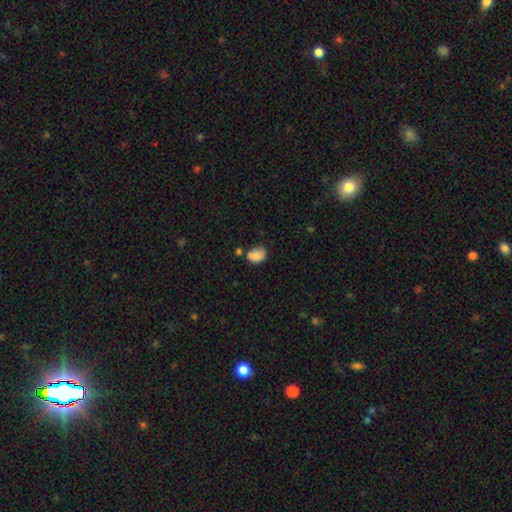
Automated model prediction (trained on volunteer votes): Smooth or featured?
  - smooth: 84% *
  - star or artifact: 10%
  - featured or disk: 6%
How rounded?
  - in between: 71% *
  - round: 28%
  - cigar-shaped: 1%
Merging?
  - none: 51% *
  - minor disturbance: 28%
  - merger: 14%
  - major disturbance: 8%